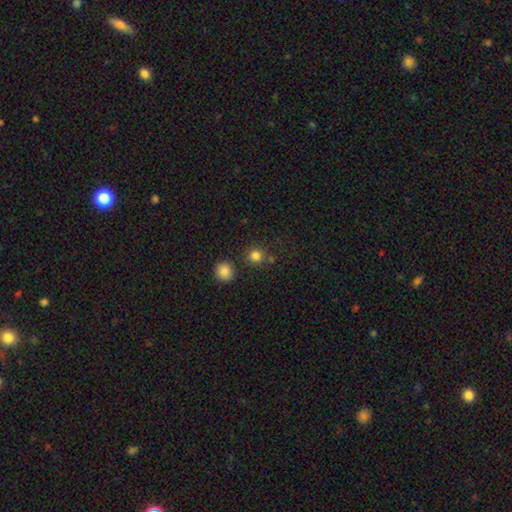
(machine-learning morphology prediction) smooth_or_featured: smooth (p=0.81) [alt: star or artifact p=0.14]
how_rounded: round (p=0.92) [alt: in between p=0.07]
merging: none (p=0.80) [alt: merger p=0.09]